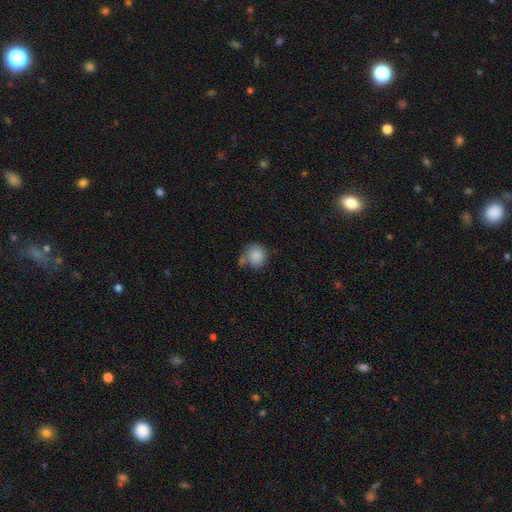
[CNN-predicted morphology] The model was most divided on "merging": none: 60%, minor disturbance: 17%, merger: 16%, major disturbance: 6%. More confident: smooth or featured — smooth (87%); how rounded — round (86%).